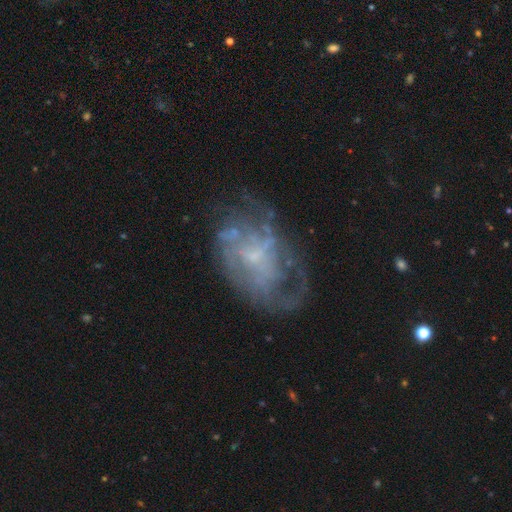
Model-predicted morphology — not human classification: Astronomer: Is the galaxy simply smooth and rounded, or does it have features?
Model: featured or disk — 74%.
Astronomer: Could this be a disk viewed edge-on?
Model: no — 97%.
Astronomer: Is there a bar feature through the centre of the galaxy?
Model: no — 64%.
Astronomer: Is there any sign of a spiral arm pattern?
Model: yes — 66%.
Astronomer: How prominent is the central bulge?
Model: small — 56%.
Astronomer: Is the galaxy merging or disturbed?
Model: none — 51% (runner-up: major disturbance, 26%).